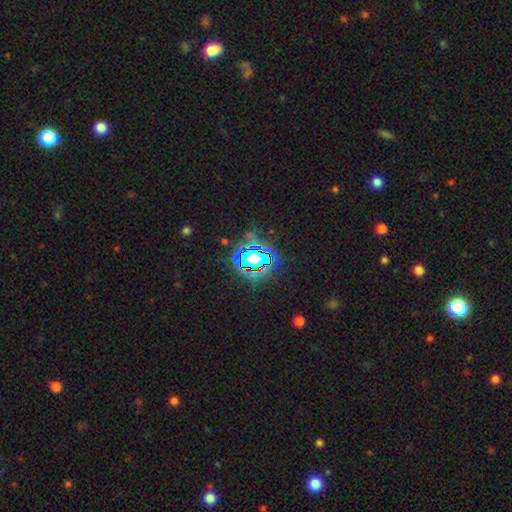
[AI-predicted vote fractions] Smooth or featured? star or artifact (79%)